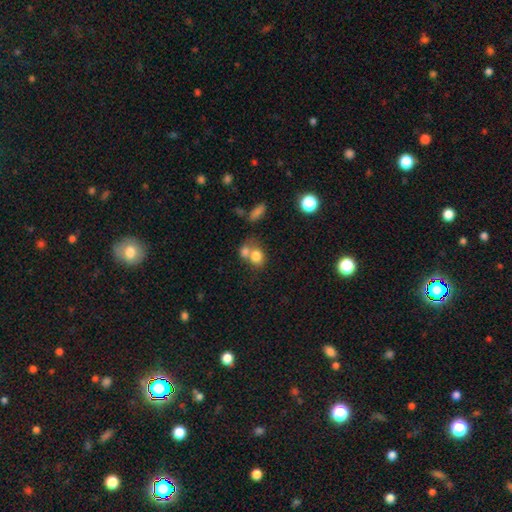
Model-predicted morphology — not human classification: Q: Smooth or featured?
A: smooth (77%); runner-up: featured or disk (12%)
Q: How rounded?
A: round (55%); runner-up: in between (43%)
Q: Merging?
A: merger (55%); runner-up: none (32%)